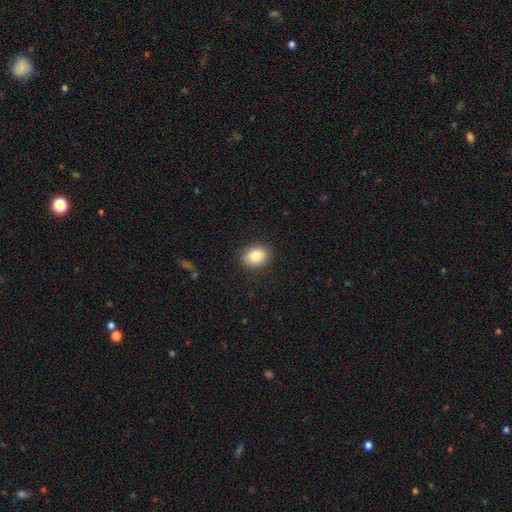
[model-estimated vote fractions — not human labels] A smooth galaxy with no disk features (84%) that is in between round and cigar-shaped (52%).

Vote fractions:
- Smooth or featured? smooth: 84% / star or artifact: 9% / featured or disk: 7%
- How rounded? in between: 52% / round: 47% / cigar-shaped: 1%
- Merging? none: 89% / minor disturbance: 8% / major disturbance: 2% / merger: 1%